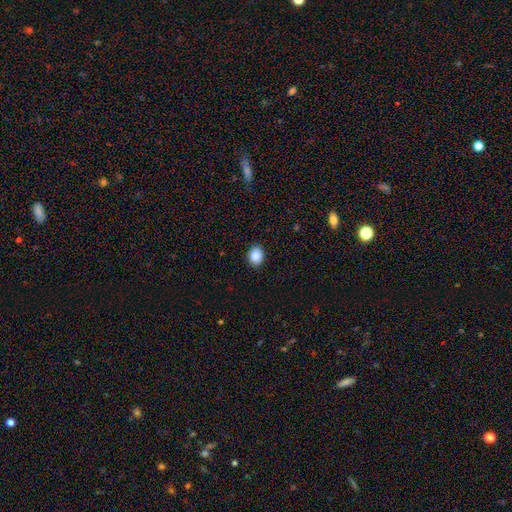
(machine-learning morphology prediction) smooth 88%, star or artifact 8%, featured or disk 3%. Down the decision tree: how rounded — round (58%); merging — none (90%).